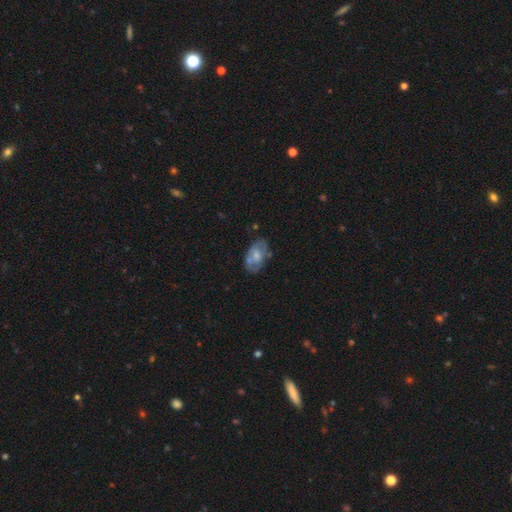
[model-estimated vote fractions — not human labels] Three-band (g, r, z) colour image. It shows a smooth galaxy with no disk features (47%). Merging: none (58%).